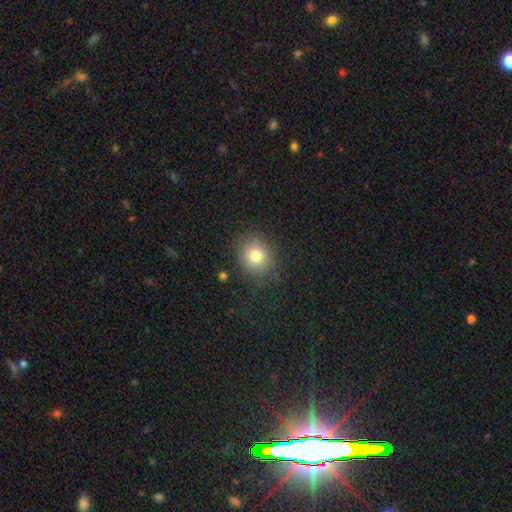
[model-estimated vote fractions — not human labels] Morphology: type=smooth (79%); roundness=round (69%); merging=none (80%).